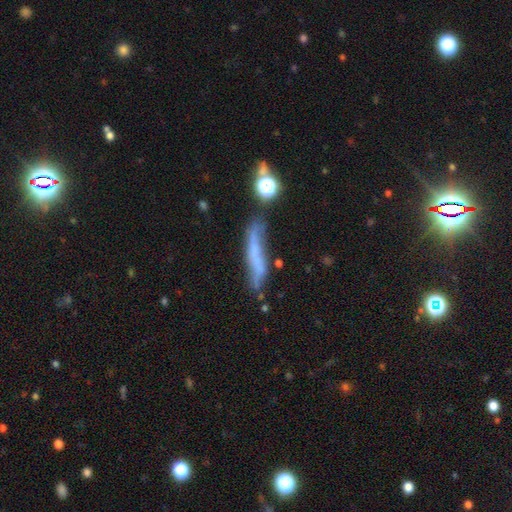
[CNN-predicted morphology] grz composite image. It shows a smooth galaxy with no disk features (46%). Merging: none (54%).